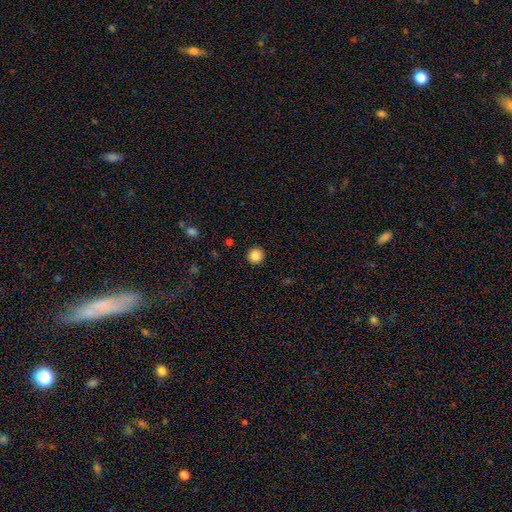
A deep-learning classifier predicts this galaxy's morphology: Q: Smooth or featured?
A: smooth (86%); runner-up: star or artifact (10%)
Q: How rounded?
A: round (95%); runner-up: in between (4%)
Q: Merging?
A: none (93%); runner-up: minor disturbance (5%)